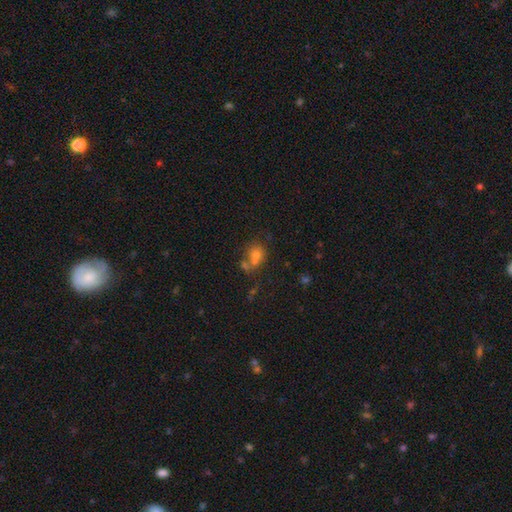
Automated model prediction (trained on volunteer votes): smooth_or_featured: smooth (p=0.66) [alt: star or artifact p=0.18]
how_rounded: round (p=0.68) [alt: in between p=0.30]
merging: merger (p=0.42) [alt: none p=0.40]